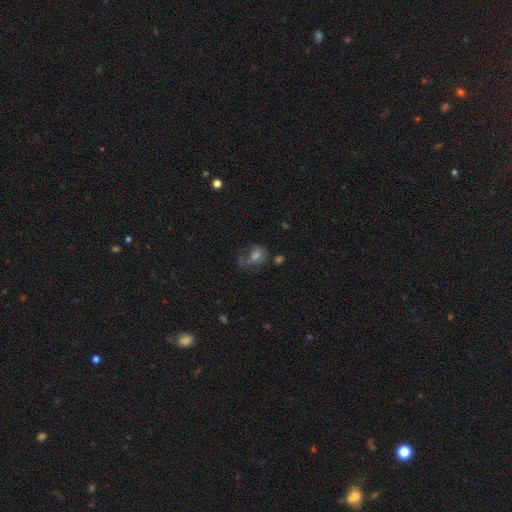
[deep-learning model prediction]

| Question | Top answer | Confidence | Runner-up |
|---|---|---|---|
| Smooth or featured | featured or disk | 40% | smooth (37%) |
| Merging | none | 40% | major disturbance (33%) |